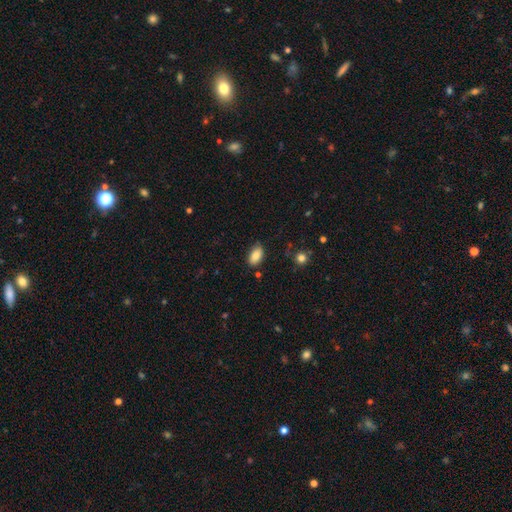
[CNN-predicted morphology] Smooth or featured?
  - smooth: 87% *
  - star or artifact: 8%
  - featured or disk: 5%
How rounded?
  - in between: 93% *
  - round: 4%
  - cigar-shaped: 3%
Merging?
  - none: 81% *
  - minor disturbance: 15%
  - major disturbance: 3%
  - merger: 2%